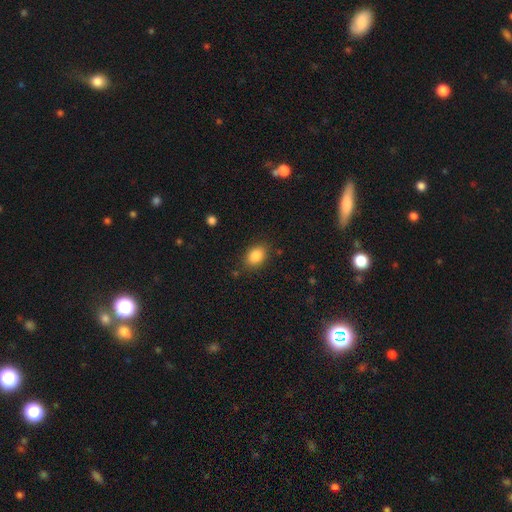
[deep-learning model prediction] smooth-or-featured: smooth: 85% | star or artifact: 9% | featured or disk: 6%
  how-rounded: in between: 75% | round: 24% | cigar-shaped: 1%
  merging: none: 84% | minor disturbance: 11% | major disturbance: 3% | merger: 2%